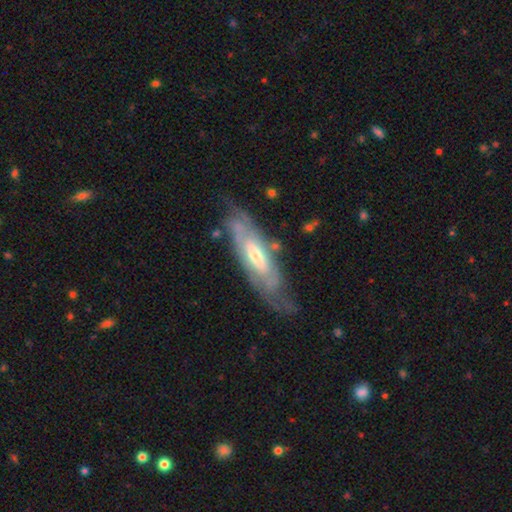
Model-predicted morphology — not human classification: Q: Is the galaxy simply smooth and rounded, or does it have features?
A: featured or disk — 76%.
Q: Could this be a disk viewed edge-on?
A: no — 74%.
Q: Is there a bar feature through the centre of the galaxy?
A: no — 50%.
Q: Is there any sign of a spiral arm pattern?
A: yes — 80%.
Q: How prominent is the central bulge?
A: moderate — 54%.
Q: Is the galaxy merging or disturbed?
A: none — 64%.